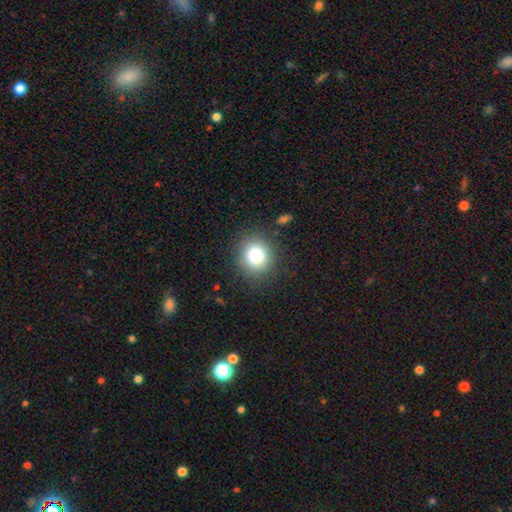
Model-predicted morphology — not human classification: Overall: smooth (84%). How rounded: round (86%). Merging: none (86%).